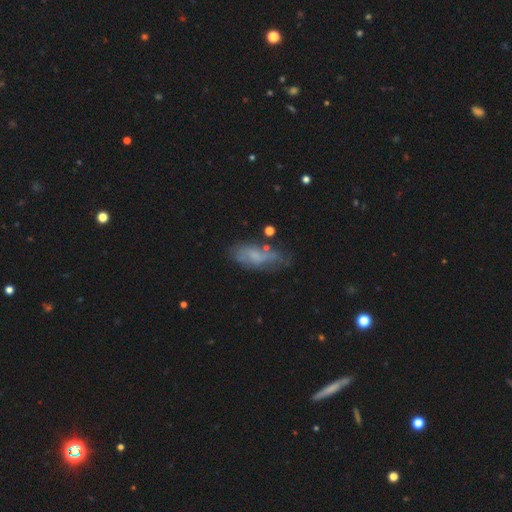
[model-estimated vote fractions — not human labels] The model was most divided on "smooth or featured": smooth: 53%, featured or disk: 38%, star or artifact: 10%. More confident: how rounded — in between (78%); merging — none (51%).